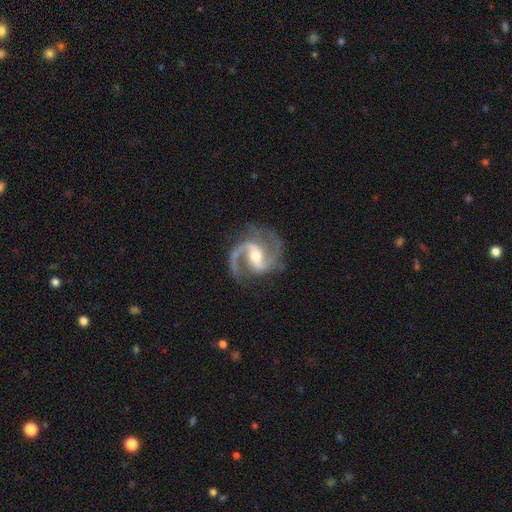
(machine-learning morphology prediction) type=featured or disk (93%); edge-on=no (98%); bar=weak (44%); spiral arms=yes (98%); winding=medium (63%); arm count=2 (90%); bulge=moderate (63%); merging=none (76%).